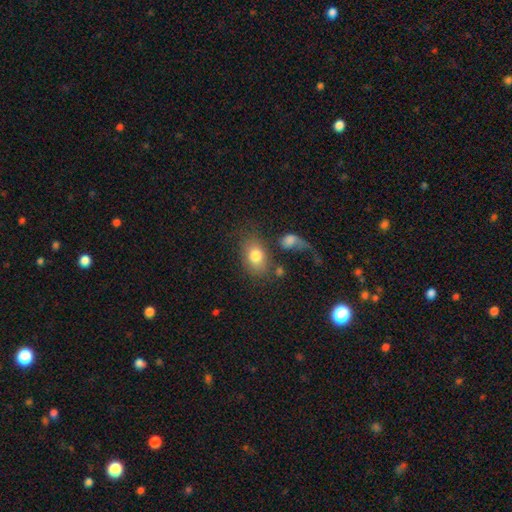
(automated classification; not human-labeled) Smooth or featured: smooth — 79% (featured or disk — 13%)
How rounded: in between — 78% (round — 21%)
Merging: none — 57% (minor disturbance — 16%)